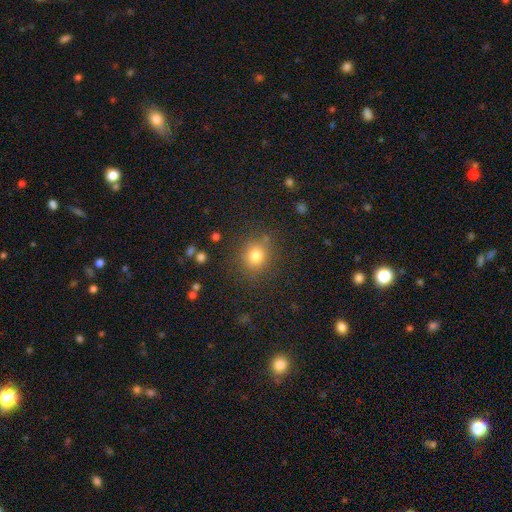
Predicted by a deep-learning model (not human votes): Smooth or featured?
  - smooth: 80% *
  - star or artifact: 13%
  - featured or disk: 7%
How rounded?
  - round: 84% *
  - in between: 15%
  - cigar-shaped: 1%
Merging?
  - none: 81% *
  - minor disturbance: 11%
  - major disturbance: 4%
  - merger: 3%